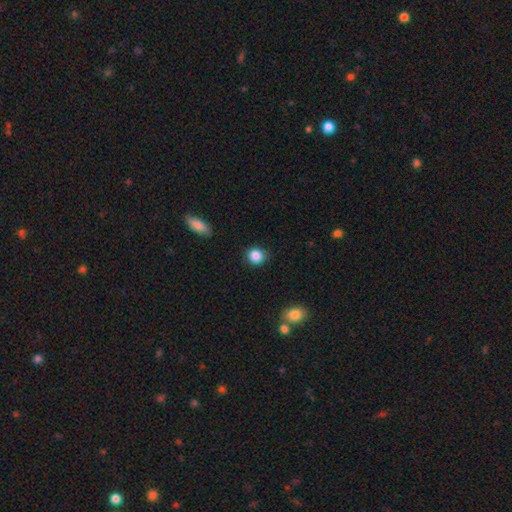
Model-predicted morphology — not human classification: Q: Smooth or featured?
A: smooth (86%); runner-up: star or artifact (10%)
Q: How rounded?
A: round (83%); runner-up: in between (16%)
Q: Merging?
A: none (83%); runner-up: minor disturbance (13%)